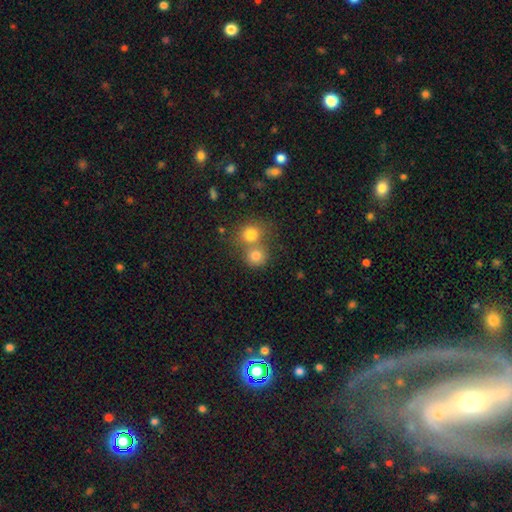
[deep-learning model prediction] This appears to be a smooth galaxy with no disk features (78%) that is round (84%). Merging: merger (51%).